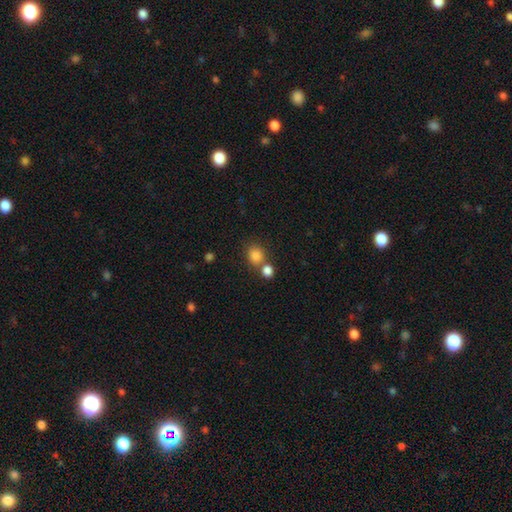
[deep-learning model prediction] Q: Smooth or featured?
A: smooth (85%); runner-up: star or artifact (11%)
Q: How rounded?
A: round (72%); runner-up: in between (27%)
Q: Merging?
A: none (59%); runner-up: merger (28%)